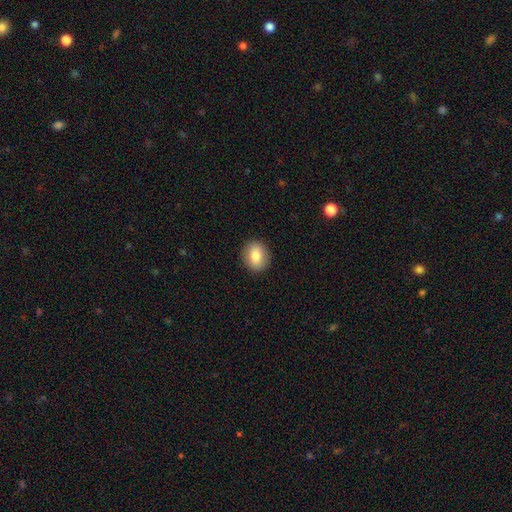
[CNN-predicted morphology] Overall: smooth (82%). How rounded: round (59%; in between 40%). Merging: none (90%).